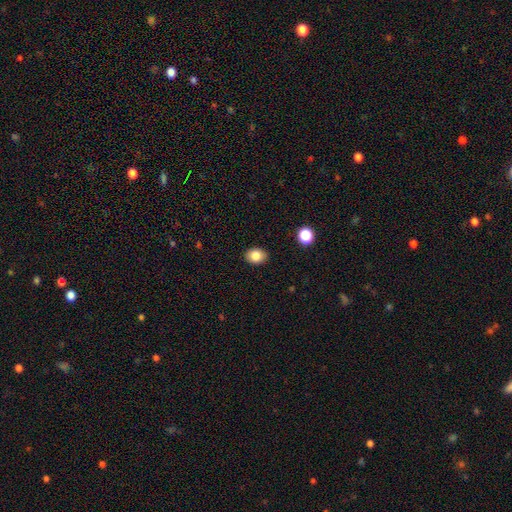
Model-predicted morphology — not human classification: smooth 83%, star or artifact 9%, featured or disk 8%. Down the decision tree: how rounded — in between (64%); merging — none (89%).